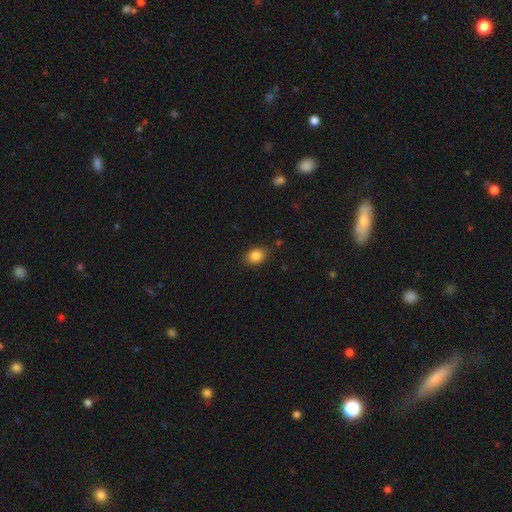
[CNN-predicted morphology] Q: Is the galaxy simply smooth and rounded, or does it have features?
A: smooth — 86%.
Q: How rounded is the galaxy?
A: in between — 69%.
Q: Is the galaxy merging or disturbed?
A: none — 86%.